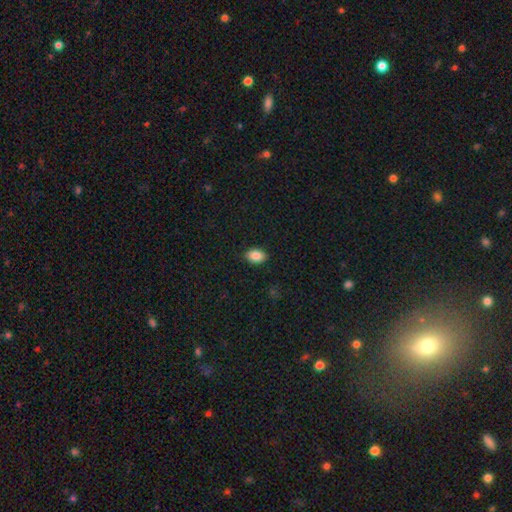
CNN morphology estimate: A smooth galaxy with no disk features (87%) that is in between round and cigar-shaped (82%). Merging: none (88%).